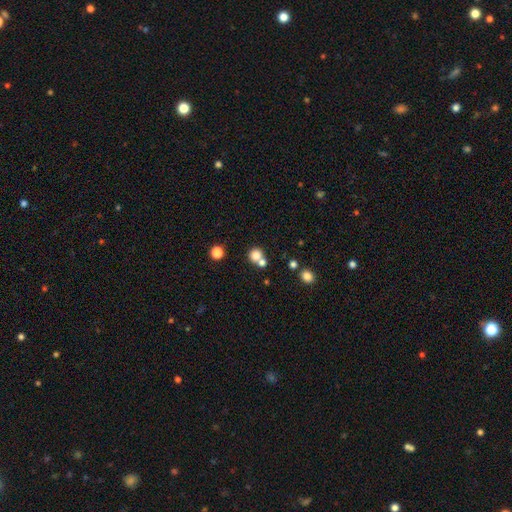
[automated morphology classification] This appears to be a smooth galaxy with no disk features (79%) that is round (88%). Merging: none (54%).